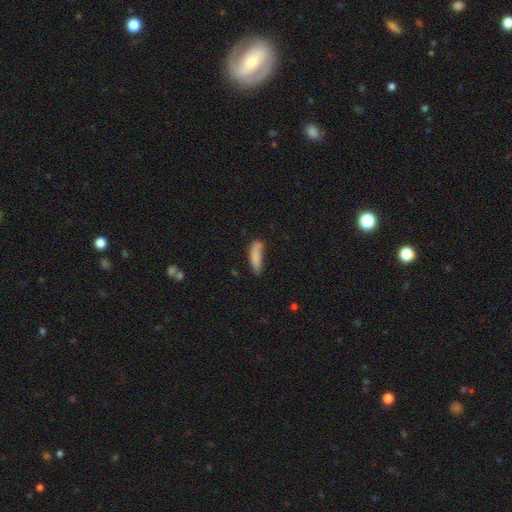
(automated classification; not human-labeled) smooth 84%, featured or disk 9%, star or artifact 7%. Down the decision tree: how rounded — cigar-shaped (64%); merging — none (61%).